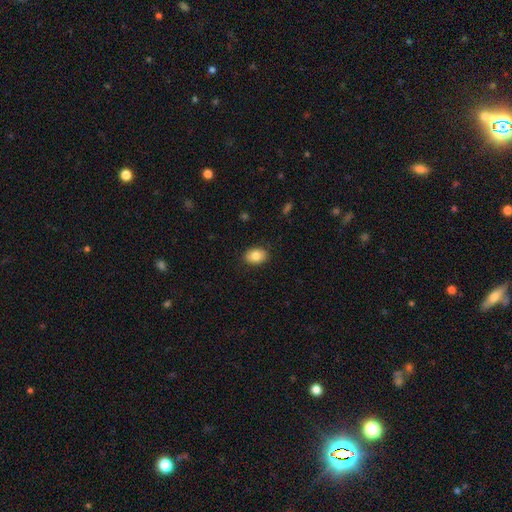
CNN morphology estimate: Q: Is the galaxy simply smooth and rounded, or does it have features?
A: smooth — 83%.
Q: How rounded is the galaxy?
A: in between — 74%.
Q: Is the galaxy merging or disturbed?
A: none — 88%.